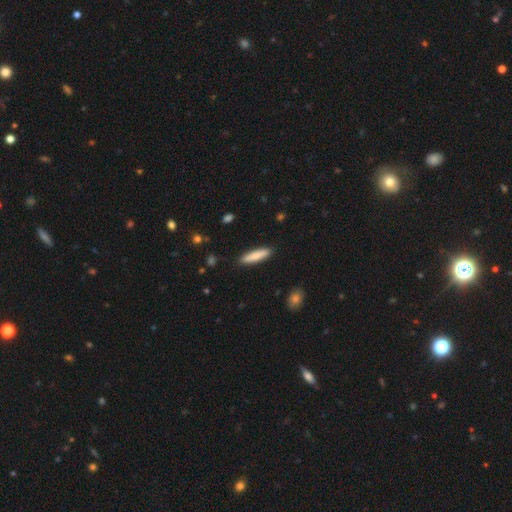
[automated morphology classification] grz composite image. It shows a smooth galaxy with no disk features (78%) that is cigar-shaped (82%). Merging: none (90%).